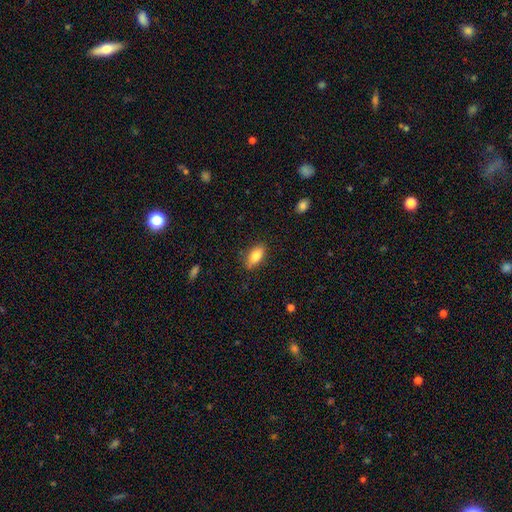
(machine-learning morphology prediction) This is clearly a smooth galaxy (82%). How rounded: clearly in between (86%). Merging: clearly none (84%).